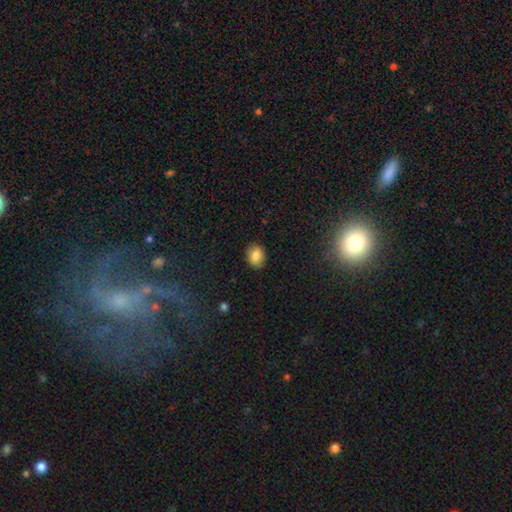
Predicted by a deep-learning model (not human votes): This is clearly a smooth galaxy (86%). How rounded: possibly in between (59%). Merging: clearly none (87%).